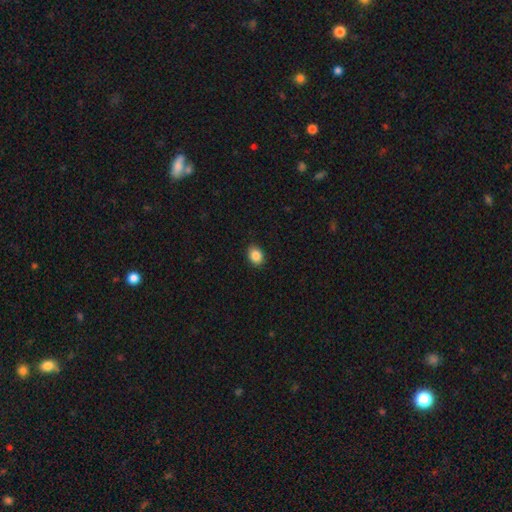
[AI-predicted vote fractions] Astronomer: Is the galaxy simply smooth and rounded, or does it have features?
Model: smooth — 87%.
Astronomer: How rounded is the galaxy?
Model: in between — 60% (runner-up: round, 39%).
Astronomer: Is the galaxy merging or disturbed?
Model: none — 88%.